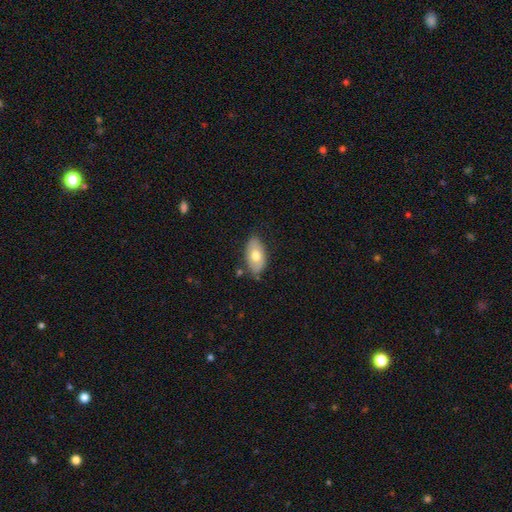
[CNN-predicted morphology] Smooth or featured?
  - smooth: 64% *
  - featured or disk: 30%
  - star or artifact: 6%
How rounded?
  - in between: 93% *
  - round: 5%
  - cigar-shaped: 2%
Merging?
  - none: 76% *
  - minor disturbance: 18%
  - major disturbance: 3%
  - merger: 3%